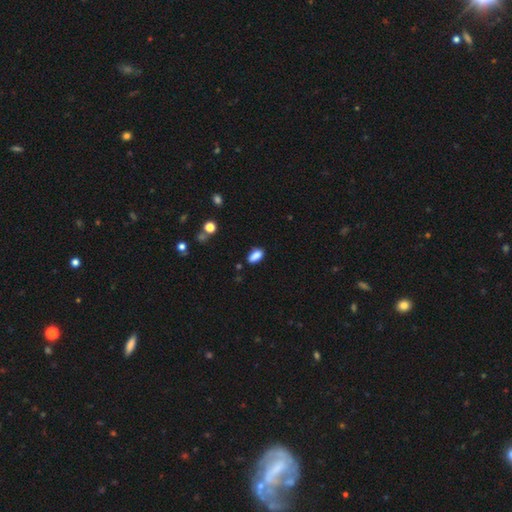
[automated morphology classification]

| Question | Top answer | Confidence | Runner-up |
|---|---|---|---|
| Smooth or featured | smooth | 86% | star or artifact (9%) |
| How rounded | in between | 88% | cigar-shaped (8%) |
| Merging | none | 78% | minor disturbance (16%) |